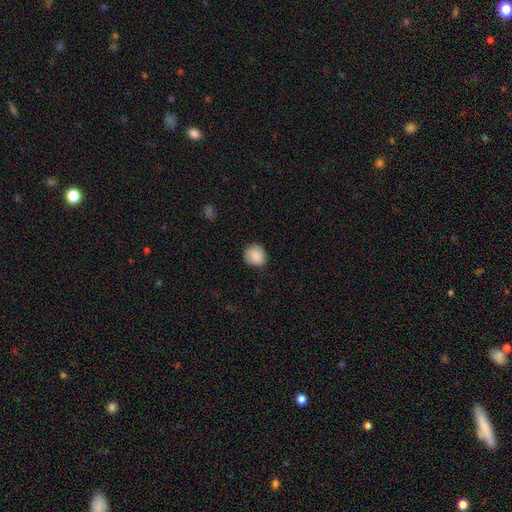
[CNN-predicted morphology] A smooth galaxy with no disk features (85%) that is round (73%). Merging: none (76%).